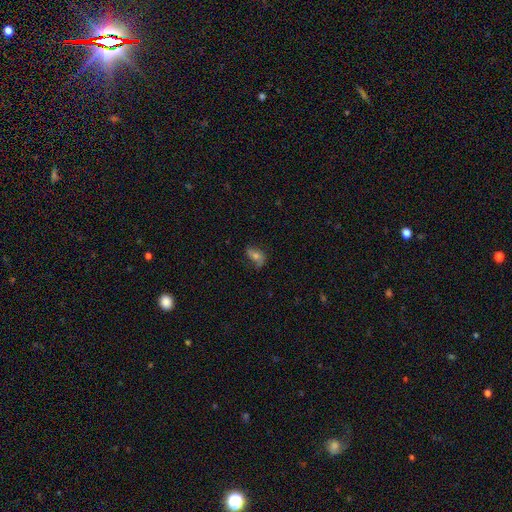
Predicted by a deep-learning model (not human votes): This is possibly a featured or disk galaxy (46%). Merging: likely none (62%).